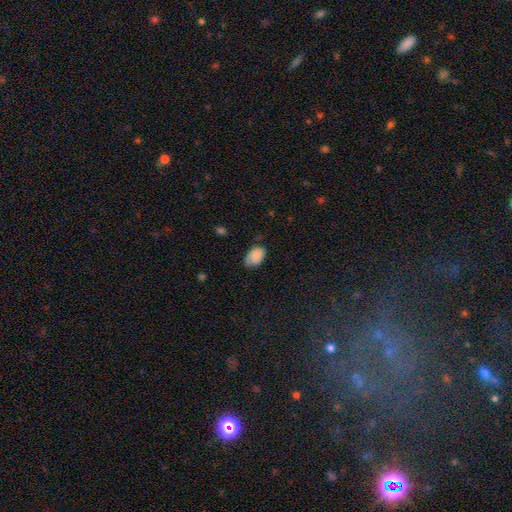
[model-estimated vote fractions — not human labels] Smooth or featured: smooth — 81% (featured or disk — 12%)
How rounded: in between — 89% (round — 10%)
Merging: none — 60% (minor disturbance — 31%)